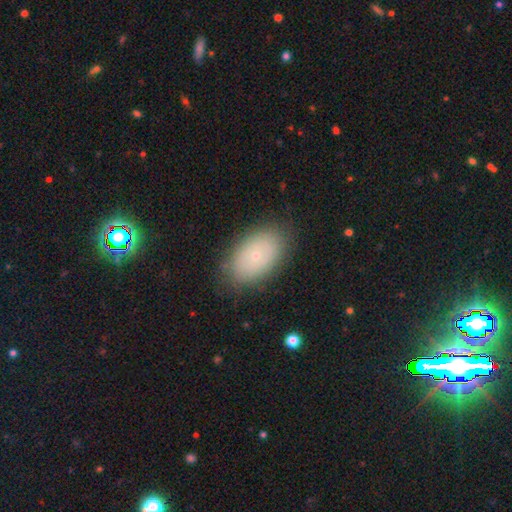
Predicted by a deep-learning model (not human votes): A smooth galaxy with no disk features (62%) that is in between round and cigar-shaped (90%).

Vote fractions:
- Smooth or featured? smooth: 62% / featured or disk: 28% / star or artifact: 9%
- How rounded? in between: 90% / round: 8% / cigar-shaped: 1%
- Merging? none: 84% / minor disturbance: 12% / major disturbance: 3% / merger: 1%